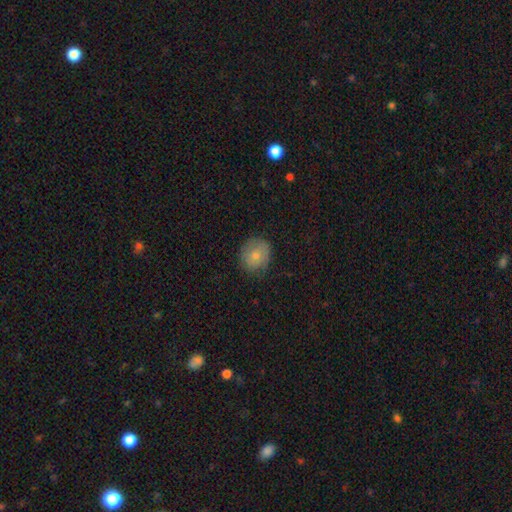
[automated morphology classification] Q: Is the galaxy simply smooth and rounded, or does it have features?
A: smooth — 76%.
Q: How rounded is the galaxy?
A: round — 74%.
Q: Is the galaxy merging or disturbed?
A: none — 78%.